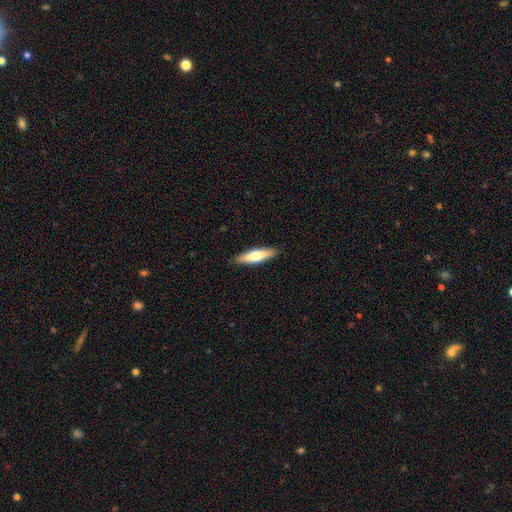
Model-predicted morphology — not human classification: A smooth galaxy with no disk features (62%) that is cigar-shaped (66%). Merging: none (89%).